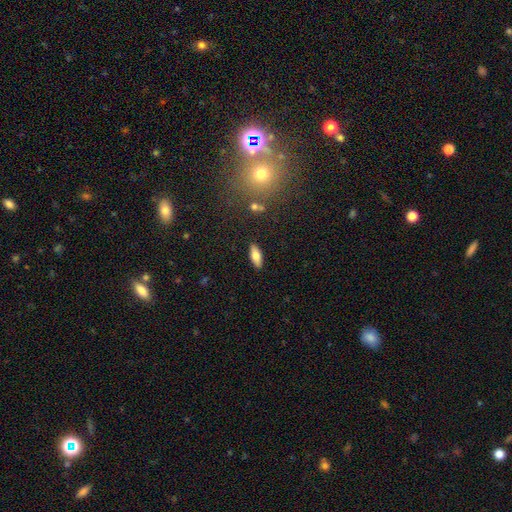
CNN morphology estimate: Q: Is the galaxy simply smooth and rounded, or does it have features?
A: smooth — 71%.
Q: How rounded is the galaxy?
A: in between — 73%.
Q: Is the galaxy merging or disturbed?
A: none — 88%.